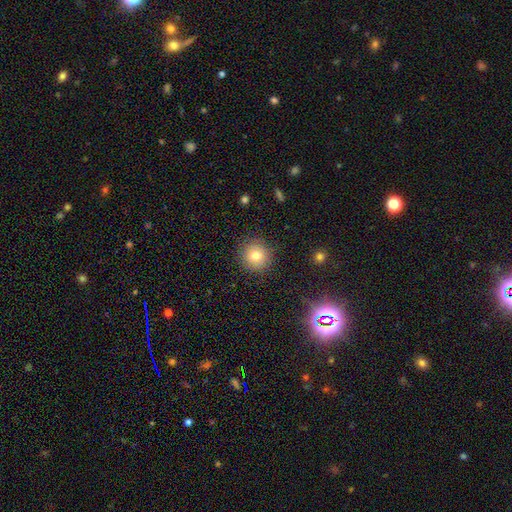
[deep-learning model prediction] smooth-or-featured: smooth: 77% | star or artifact: 13% | featured or disk: 10%
  how-rounded: round: 93% | in between: 6% | cigar-shaped: 1%
  merging: none: 88% | minor disturbance: 8% | major disturbance: 3% | merger: 1%